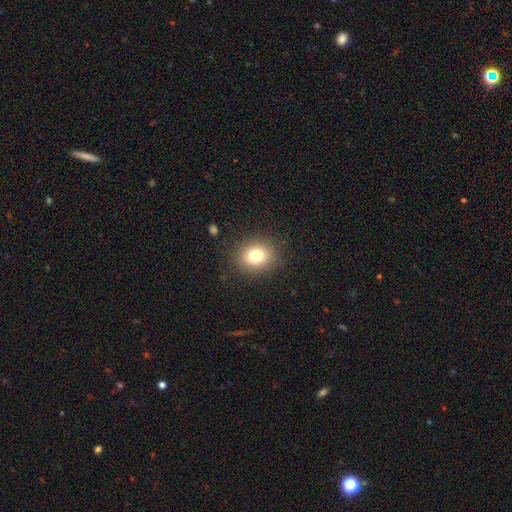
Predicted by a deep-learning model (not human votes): This appears to be a smooth galaxy with no disk features (80%) that is round (65%). Merging: none (87%).